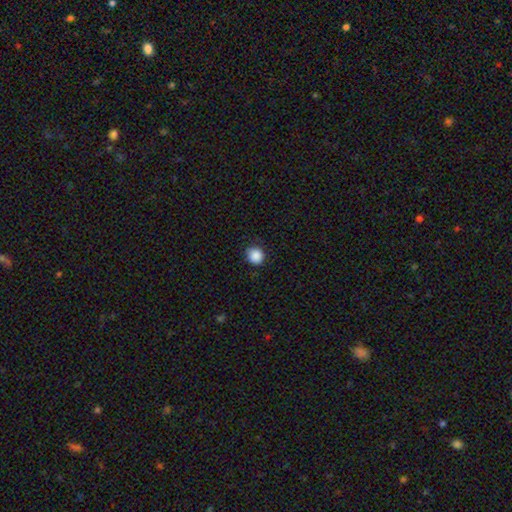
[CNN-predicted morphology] smooth-or-featured: smooth: 88% | star or artifact: 10% | featured or disk: 3%
  how-rounded: round: 87% | in between: 12% | cigar-shaped: 1%
  merging: none: 82% | minor disturbance: 15% | major disturbance: 3% | merger: 1%